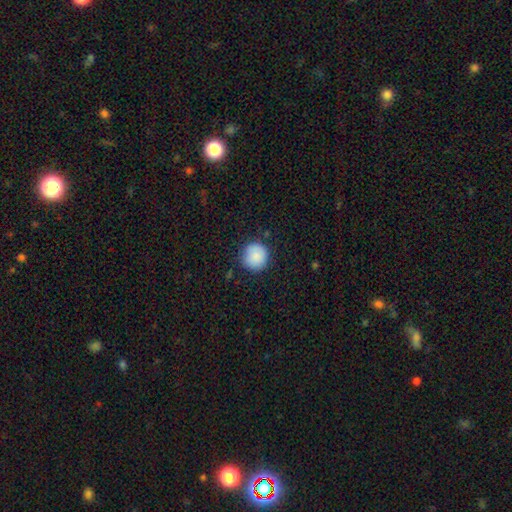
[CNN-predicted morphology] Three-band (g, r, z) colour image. It shows a smooth galaxy with no disk features (87%) that is round (94%). Merging: none (84%).